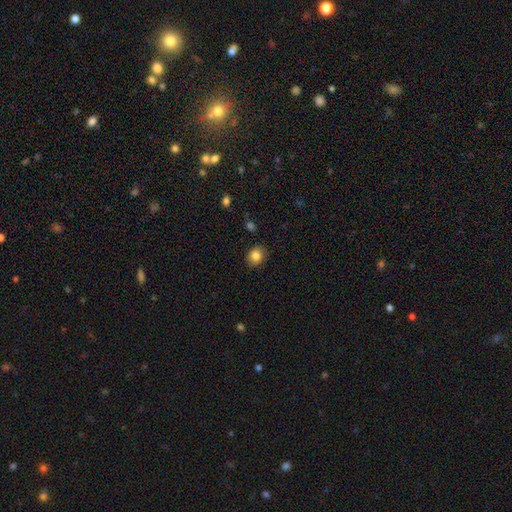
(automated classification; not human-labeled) Q: Smooth or featured?
A: smooth (84%); runner-up: star or artifact (9%)
Q: How rounded?
A: round (59%); runner-up: in between (40%)
Q: Merging?
A: none (86%); runner-up: minor disturbance (11%)